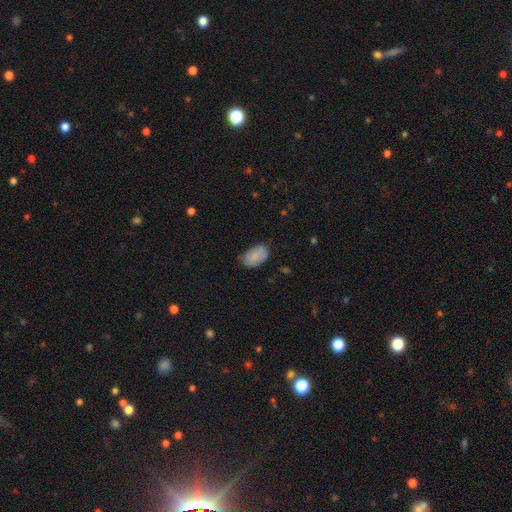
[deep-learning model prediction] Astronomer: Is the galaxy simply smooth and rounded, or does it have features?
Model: smooth — 81%.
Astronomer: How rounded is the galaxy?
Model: in between — 91%.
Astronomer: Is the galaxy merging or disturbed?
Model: none — 55% (runner-up: minor disturbance, 35%).